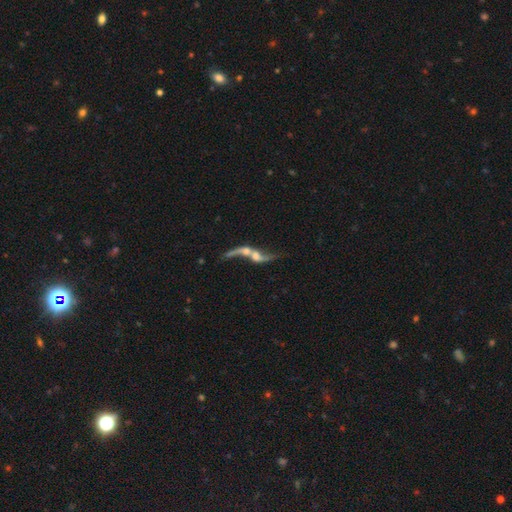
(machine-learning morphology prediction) Q: Smooth or featured?
A: featured or disk (72%); runner-up: smooth (18%)
Q: Edge-on disk?
A: no (84%); runner-up: yes (16%)
Q: Bar?
A: no (63%); runner-up: weak (28%)
Q: Spiral arms?
A: yes (73%); runner-up: no (27%)
Q: Bulge size?
A: moderate (37%); runner-up: small (25%)
Q: Merging?
A: merger (57%); runner-up: none (22%)